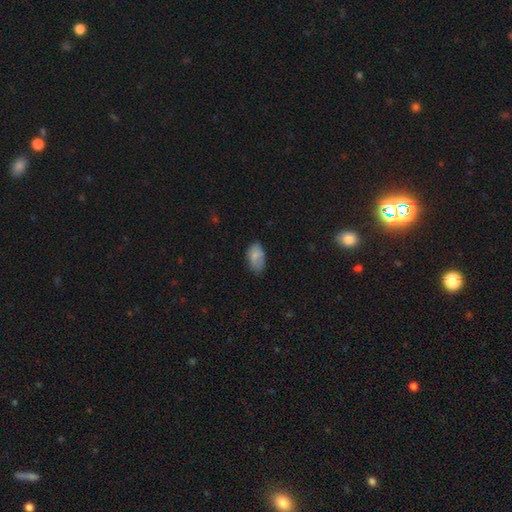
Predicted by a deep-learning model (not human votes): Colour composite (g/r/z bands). It shows a smooth galaxy with no disk features (78%) that is in between round and cigar-shaped (93%). Merging: none (59%).